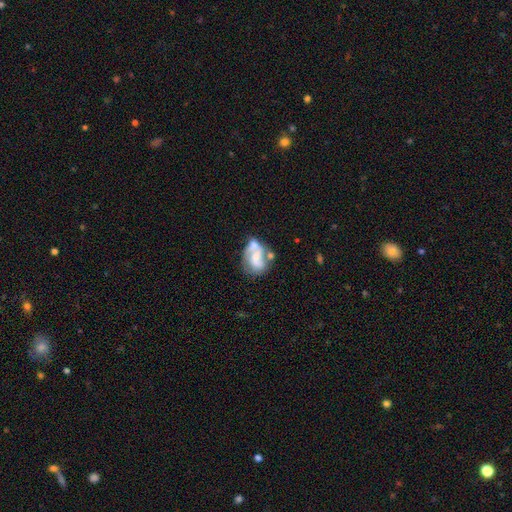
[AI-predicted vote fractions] Smooth or featured: featured or disk — 64% (smooth — 28%)
Edge-on disk: no — 98% (yes — 2%)
Bar: no — 57% (weak — 31%)
Spiral arms: yes — 66% (no — 34%)
Bulge size: small — 34% (none — 29%)
Merging: none — 33% (merger — 26%)